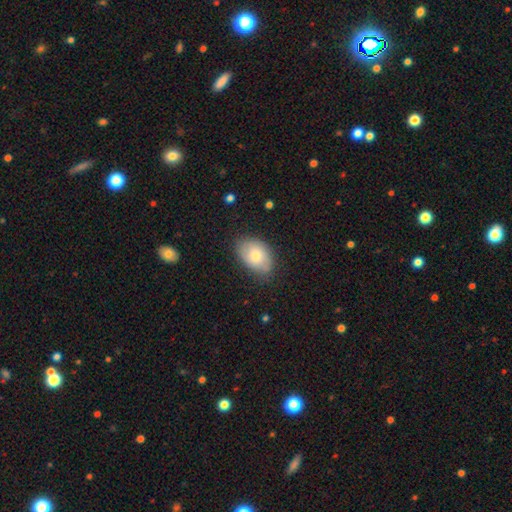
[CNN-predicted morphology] smooth_or_featured: smooth (p=0.70) [alt: featured or disk p=0.23]
how_rounded: in between (p=0.87) [alt: round p=0.11]
merging: none (p=0.77) [alt: minor disturbance p=0.18]